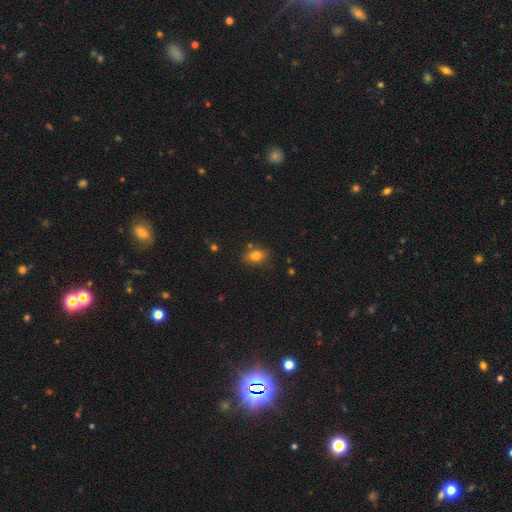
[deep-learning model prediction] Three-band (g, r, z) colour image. It shows a smooth galaxy with no disk features (81%) that is in between round and cigar-shaped (76%). Merging: none (79%).